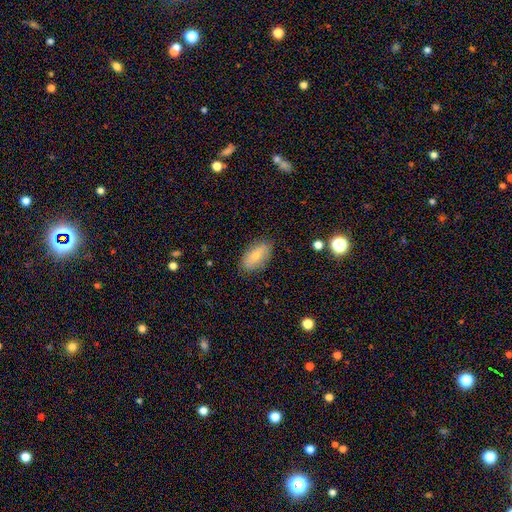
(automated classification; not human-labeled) smooth-or-featured: smooth: 71% | featured or disk: 22% | star or artifact: 7%
  how-rounded: in between: 91% | cigar-shaped: 6% | round: 4%
  merging: none: 83% | minor disturbance: 13% | major disturbance: 3% | merger: 1%